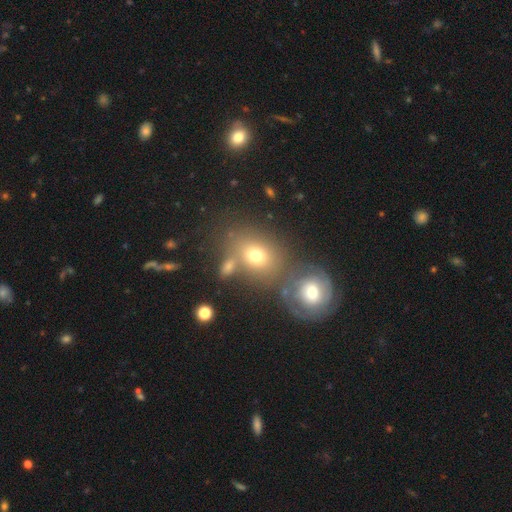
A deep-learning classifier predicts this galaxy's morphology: Smooth or featured? smooth (69%)
How rounded? round (53%)
Merging? none (51%)